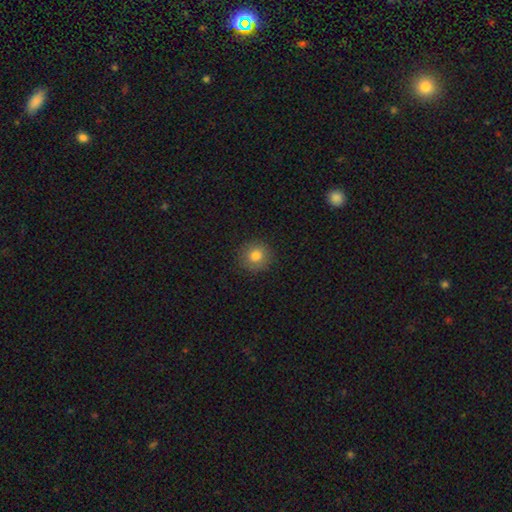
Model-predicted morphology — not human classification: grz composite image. It shows a smooth galaxy with no disk features (81%) that is round (91%). Merging: none (89%).